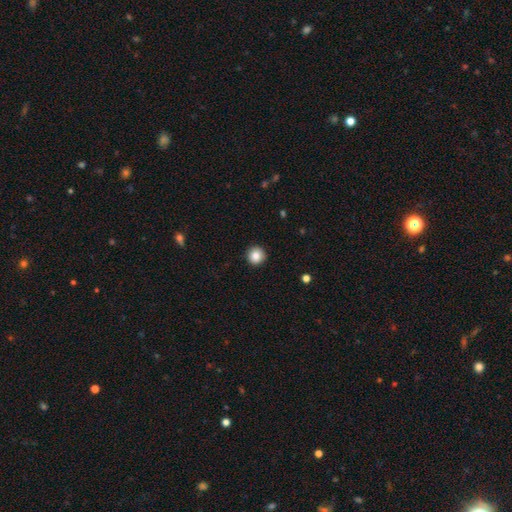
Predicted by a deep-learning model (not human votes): A smooth galaxy with no disk features (85%) that is round (95%).

Vote fractions:
- Smooth or featured? smooth: 85% / star or artifact: 9% / featured or disk: 6%
- How rounded? round: 95% / in between: 4% / cigar-shaped: 1%
- Merging? none: 93% / minor disturbance: 5% / major disturbance: 1% / merger: 1%